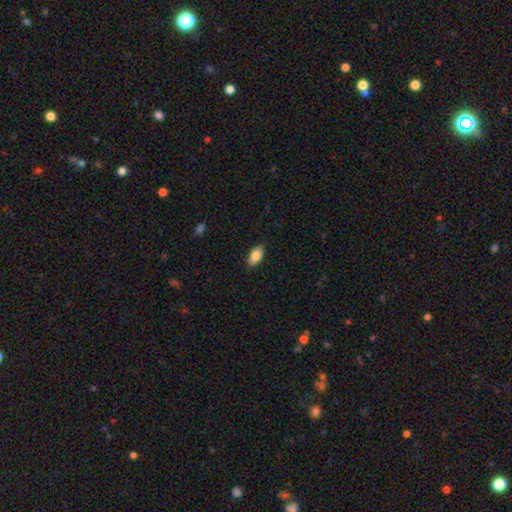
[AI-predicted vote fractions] Overall: smooth (84%). How rounded: in between (93%). Merging: none (88%).